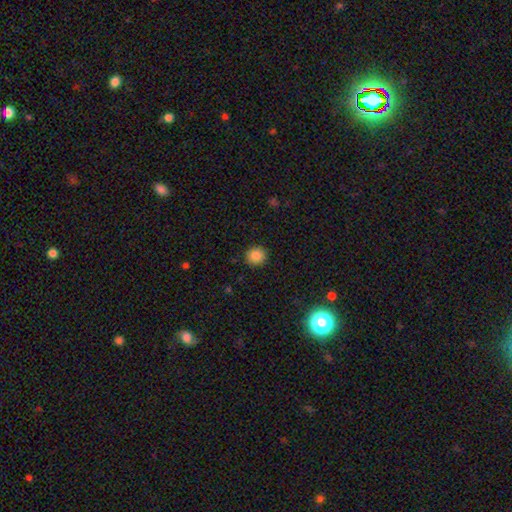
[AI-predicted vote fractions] Smooth or featured? Predicted: smooth (p=0.84). How rounded? Predicted: round (p=0.92). Merging? Predicted: none (p=0.91).